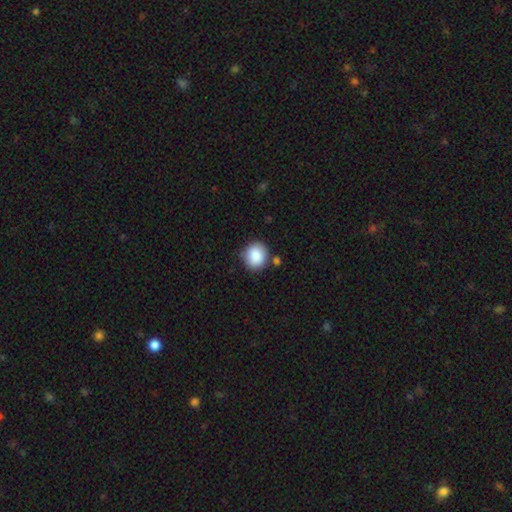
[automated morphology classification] Smooth or featured? Predicted: smooth (p=0.88). How rounded? Predicted: round (p=0.78). Merging? Predicted: none (p=0.77).